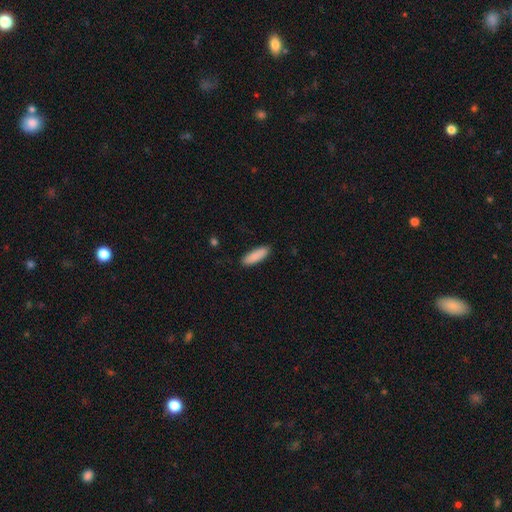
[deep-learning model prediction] smooth-or-featured: smooth: 89% | star or artifact: 6% | featured or disk: 5%
  how-rounded: in between: 54% | cigar-shaped: 45% | round: 2%
  merging: none: 89% | minor disturbance: 8% | major disturbance: 2% | merger: 1%